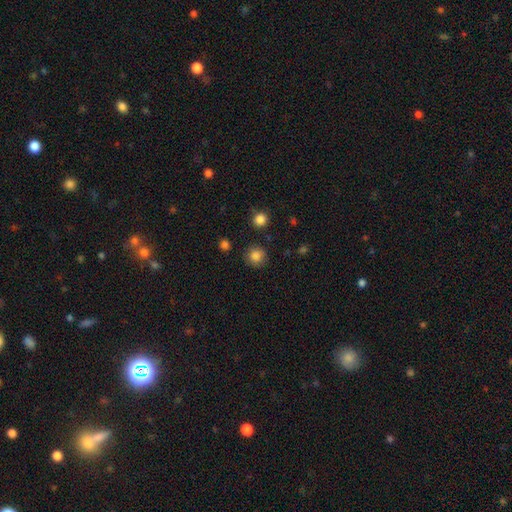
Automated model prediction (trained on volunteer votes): Smooth or featured? smooth (85%)
How rounded? round (92%)
Merging? none (86%)